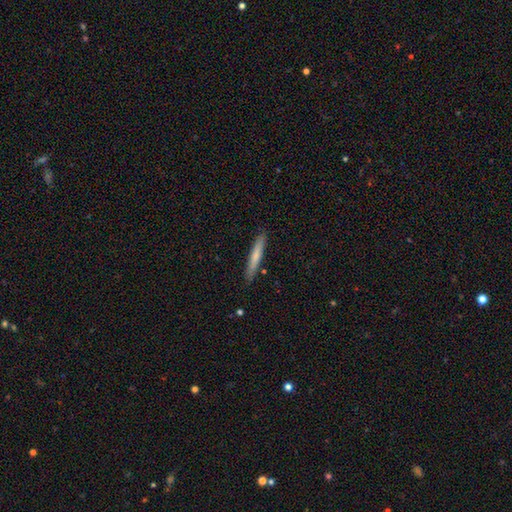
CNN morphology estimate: Overall: smooth (71%). How rounded: cigar-shaped (95%). Merging: none (90%).